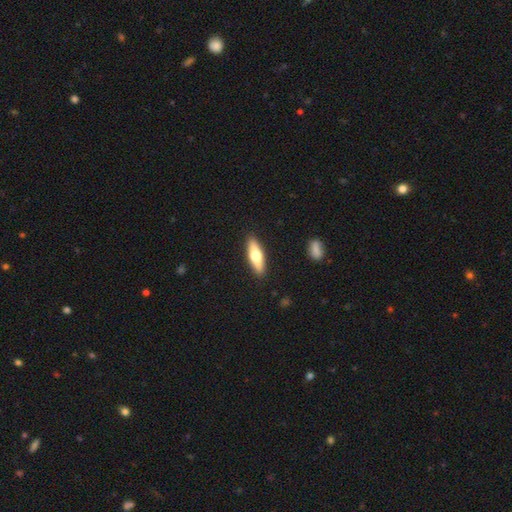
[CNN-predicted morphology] smooth_or_featured: smooth (p=0.54) [alt: featured or disk p=0.41]
how_rounded: cigar-shaped (p=0.57) [alt: in between p=0.41]
merging: none (p=0.90) [alt: minor disturbance p=0.07]